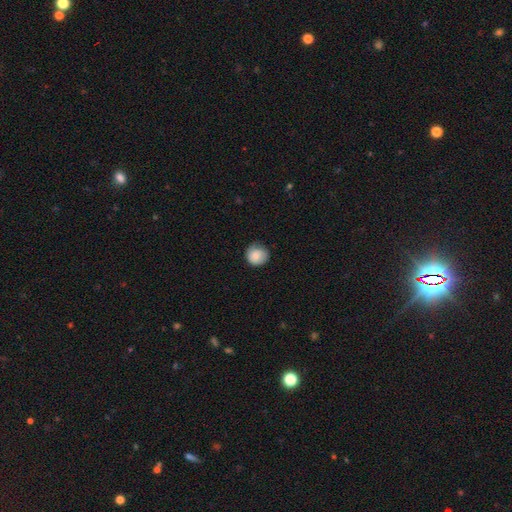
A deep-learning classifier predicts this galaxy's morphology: This appears to be a smooth galaxy with no disk features (87%) that is round (91%). Merging: none (70%).